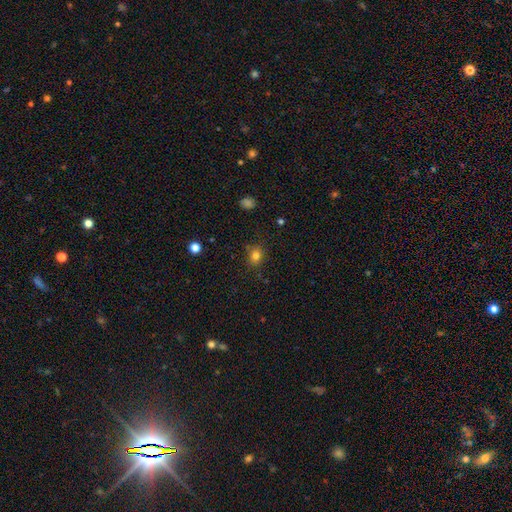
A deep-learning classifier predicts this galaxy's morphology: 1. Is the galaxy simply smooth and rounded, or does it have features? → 79% smooth, 14% star or artifact, 7% featured or disk.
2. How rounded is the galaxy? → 65% round, 34% in between, 1% cigar-shaped.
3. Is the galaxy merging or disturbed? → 80% none, 14% minor disturbance, 4% major disturbance, 2% merger.